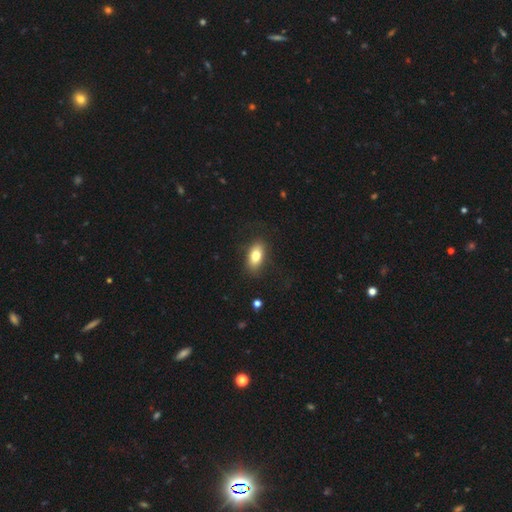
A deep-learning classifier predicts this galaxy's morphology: The model was most divided on "smooth or featured": smooth: 79%, featured or disk: 14%, star or artifact: 7%. More confident: how rounded — in between (88%); merging — none (82%).